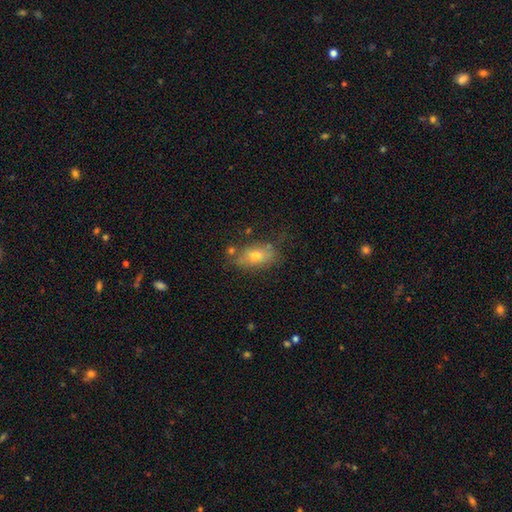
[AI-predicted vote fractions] Q: Smooth or featured?
A: smooth (64%); runner-up: featured or disk (25%)
Q: How rounded?
A: in between (84%); runner-up: round (10%)
Q: Merging?
A: none (64%); runner-up: minor disturbance (21%)